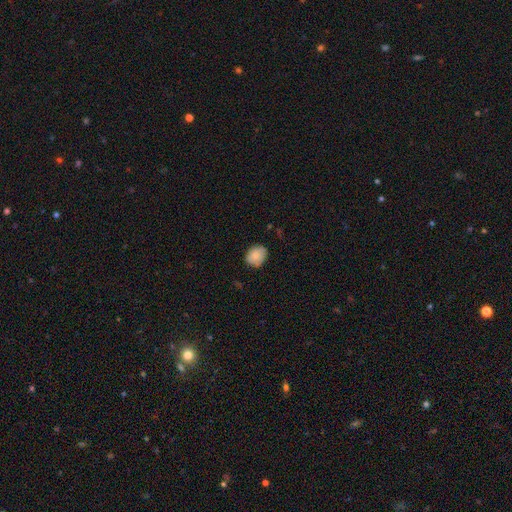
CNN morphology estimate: Smooth or featured?
  - smooth: 80% *
  - featured or disk: 13%
  - star or artifact: 7%
How rounded?
  - round: 54% *
  - in between: 45%
  - cigar-shaped: 1%
Merging?
  - none: 76% *
  - minor disturbance: 20%
  - major disturbance: 3%
  - merger: 1%